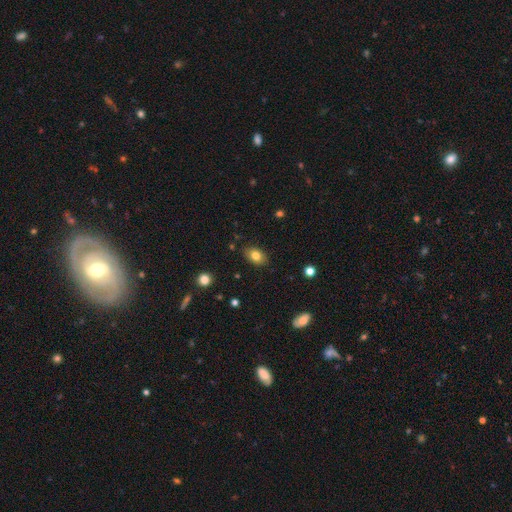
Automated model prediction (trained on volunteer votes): The model was most divided on "how rounded": in between: 81%, round: 18%, cigar-shaped: 1%. More confident: merging — none (86%); smooth or featured — smooth (80%).